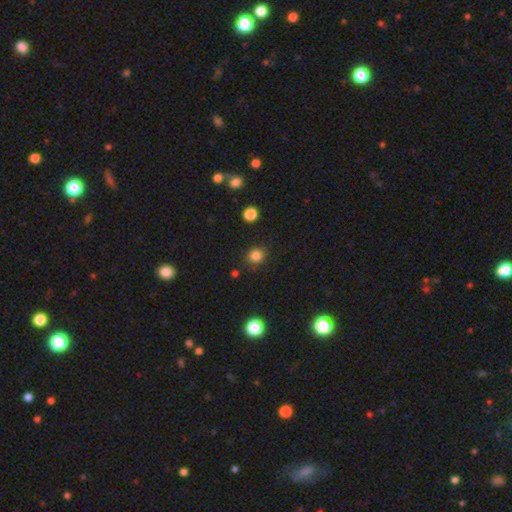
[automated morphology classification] This is clearly a smooth galaxy (83%). How rounded: clearly round (85%). Merging: clearly none (86%).